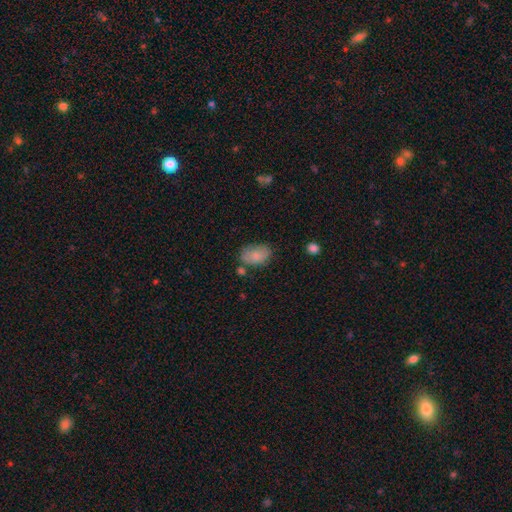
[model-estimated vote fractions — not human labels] The model was most divided on "merging": none: 62%, minor disturbance: 24%, merger: 7%, major disturbance: 7%. More confident: how rounded — in between (88%); smooth or featured — smooth (83%).